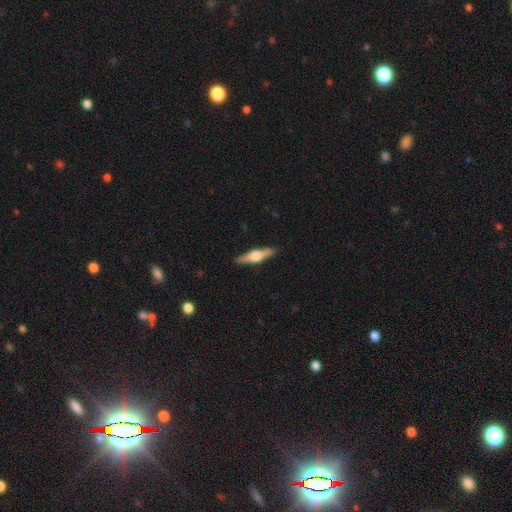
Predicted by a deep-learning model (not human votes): Overall: featured or disk (62%; smooth 32%). Edge-on disk: yes (96%). Edge-on bulge: rounded (90%). Merging: none (89%).